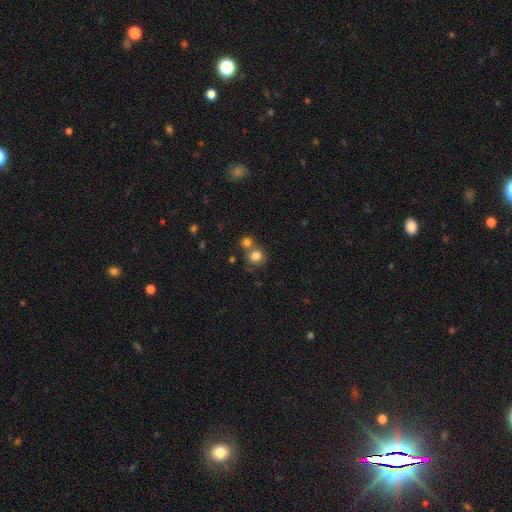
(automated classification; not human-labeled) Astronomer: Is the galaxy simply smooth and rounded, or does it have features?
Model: smooth — 80%.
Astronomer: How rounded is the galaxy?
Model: round — 82%.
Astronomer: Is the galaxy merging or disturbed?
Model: none — 50% (runner-up: merger, 37%).